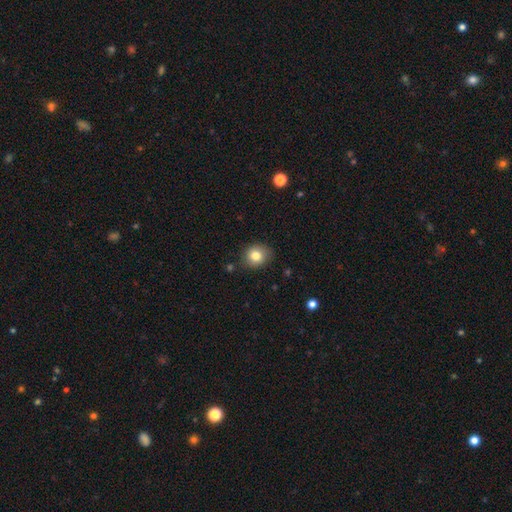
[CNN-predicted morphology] Smooth or featured? Predicted: smooth (p=0.81). How rounded? Predicted: round (p=0.74). Merging? Predicted: none (p=0.82).